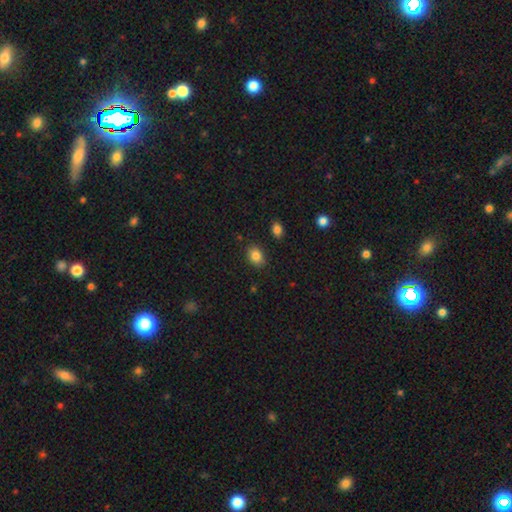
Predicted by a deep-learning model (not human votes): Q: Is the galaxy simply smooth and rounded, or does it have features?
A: smooth — 85%.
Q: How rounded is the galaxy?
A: in between — 63%.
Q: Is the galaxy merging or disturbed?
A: none — 84%.